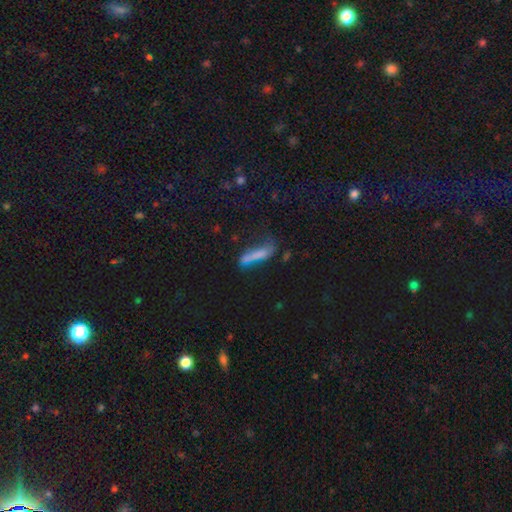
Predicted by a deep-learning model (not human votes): Overall: smooth (61%; featured or disk 26%). How rounded: cigar-shaped (74%). Merging: none (37%; minor disturbance 25%).